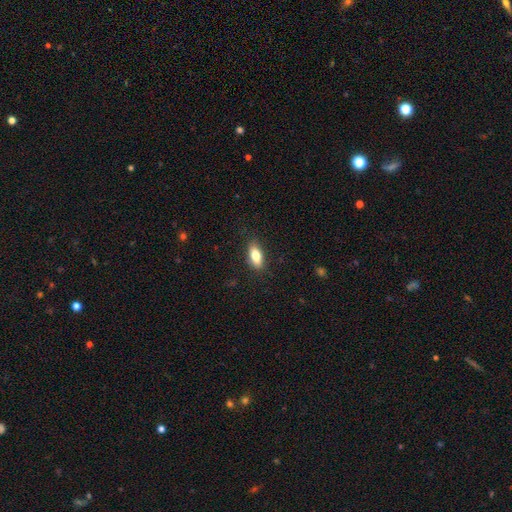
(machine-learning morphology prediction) This appears to be a smooth galaxy with no disk features (77%) that is in between round and cigar-shaped (82%). Merging: none (86%).